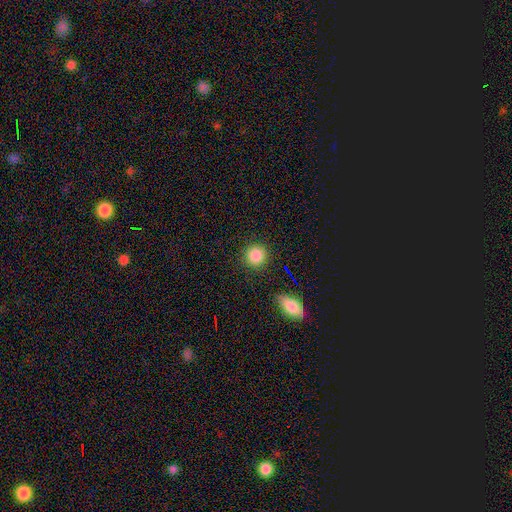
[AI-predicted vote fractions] Smooth or featured?
  - smooth: 86% *
  - star or artifact: 10%
  - featured or disk: 4%
How rounded?
  - round: 91% *
  - in between: 8%
  - cigar-shaped: 1%
Merging?
  - none: 88% *
  - minor disturbance: 7%
  - major disturbance: 3%
  - merger: 2%